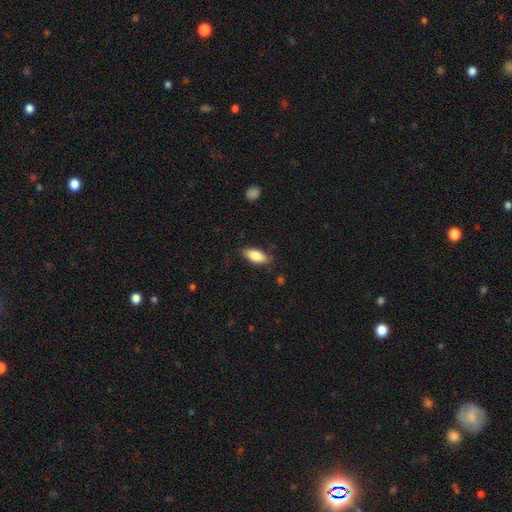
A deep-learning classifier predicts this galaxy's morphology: smooth-or-featured: smooth: 83% | featured or disk: 10% | star or artifact: 7%
  how-rounded: in between: 85% | cigar-shaped: 12% | round: 3%
  merging: none: 78% | minor disturbance: 17% | major disturbance: 4% | merger: 1%